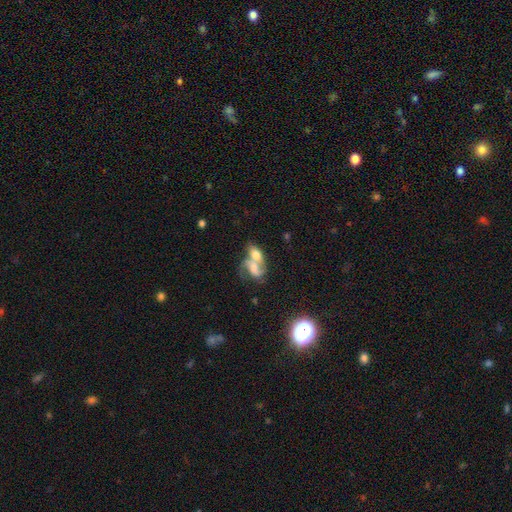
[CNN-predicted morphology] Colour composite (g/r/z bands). It shows a featured or disk galaxy (45%). Merging: merger (71%).